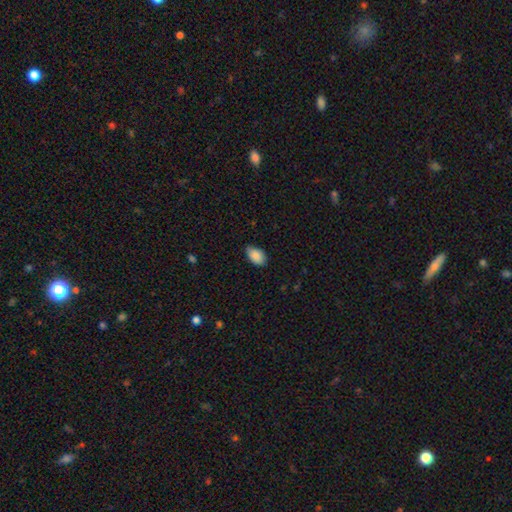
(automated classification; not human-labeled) Overall: smooth (88%). How rounded: in between (93%). Merging: none (81%).